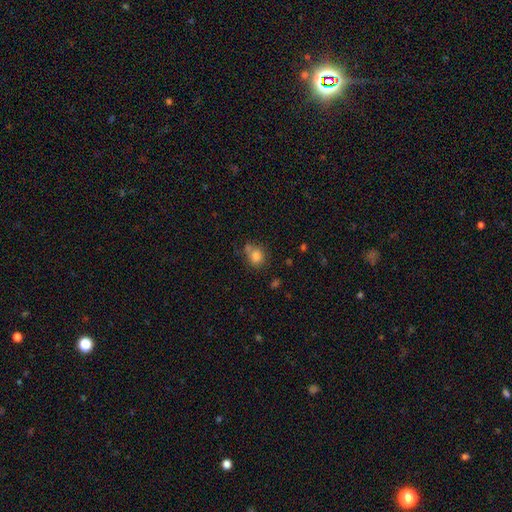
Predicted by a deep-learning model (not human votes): A smooth galaxy with no disk features (81%) that is round (60%). Merging: none (53%).